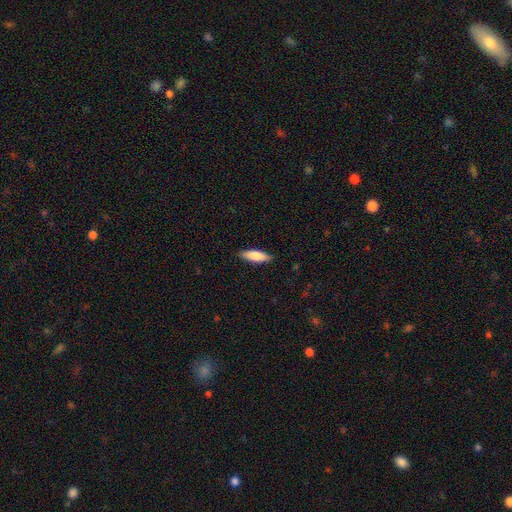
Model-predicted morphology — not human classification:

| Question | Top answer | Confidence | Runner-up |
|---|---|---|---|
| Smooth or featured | smooth | 80% | featured or disk (14%) |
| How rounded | in between | 52% | cigar-shaped (46%) |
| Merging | none | 88% | minor disturbance (9%) |